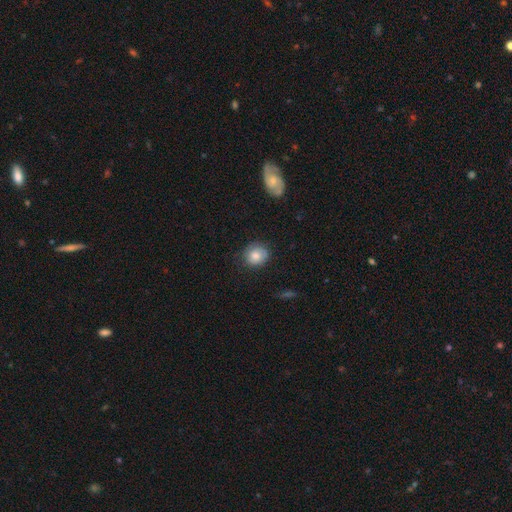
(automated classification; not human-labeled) Q: Smooth or featured?
A: smooth (78%); runner-up: featured or disk (14%)
Q: How rounded?
A: round (83%); runner-up: in between (16%)
Q: Merging?
A: none (75%); runner-up: minor disturbance (19%)